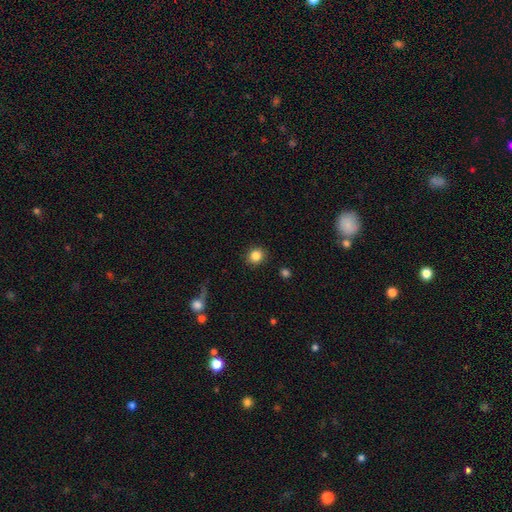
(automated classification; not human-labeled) Morphology: type=smooth (85%); roundness=round (85%); merging=none (90%).